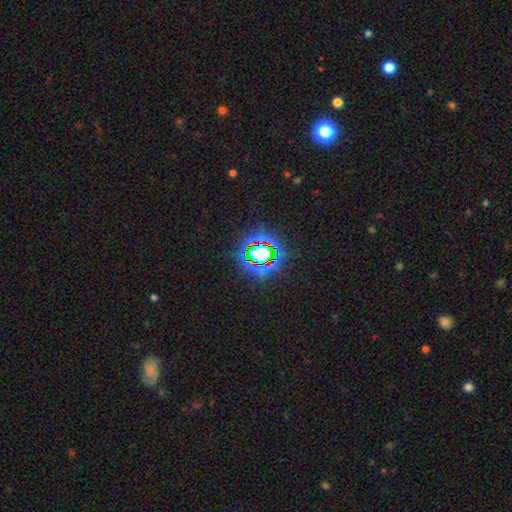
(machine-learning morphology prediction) This appears to be a star or artifact, not a galaxy (79%).